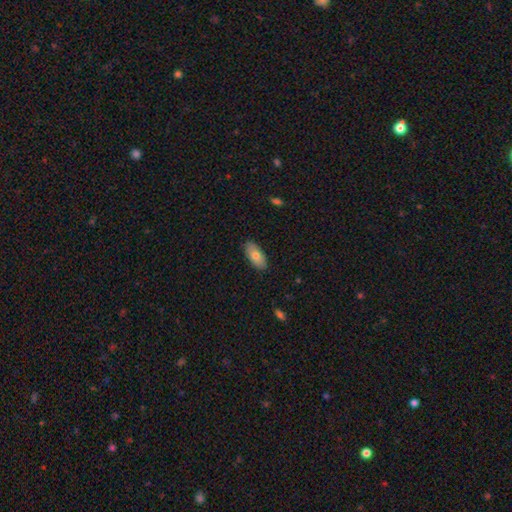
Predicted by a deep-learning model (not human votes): This is likely a smooth galaxy (74%). How rounded: clearly in between (91%). Merging: clearly none (87%).